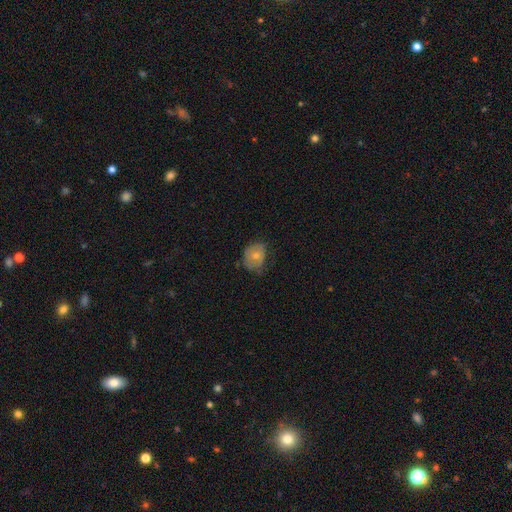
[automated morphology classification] Smooth or featured? Predicted: smooth (p=0.67). How rounded? Predicted: round (p=0.60). Merging? Predicted: none (p=0.53).